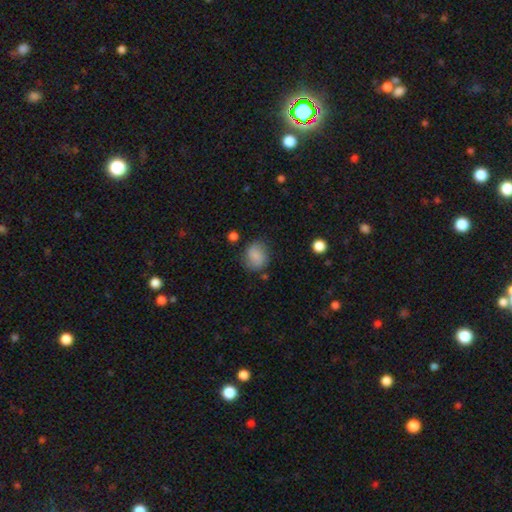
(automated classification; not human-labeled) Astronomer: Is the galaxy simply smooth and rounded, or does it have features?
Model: smooth — 79%.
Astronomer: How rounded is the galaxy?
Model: round — 65%.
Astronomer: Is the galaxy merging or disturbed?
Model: none — 70%.